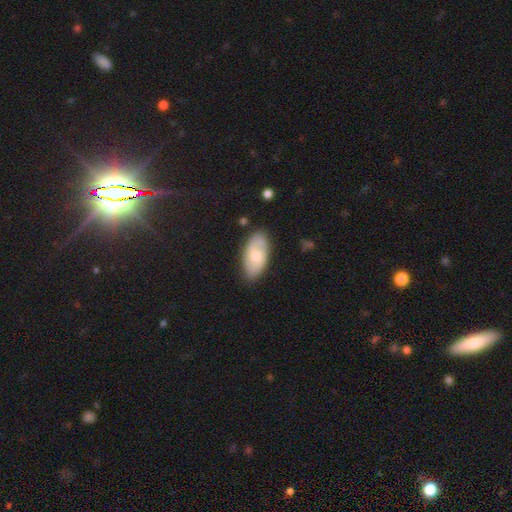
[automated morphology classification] This is possibly a smooth galaxy (58%). How rounded: clearly in between (93%). Merging: likely none (80%).